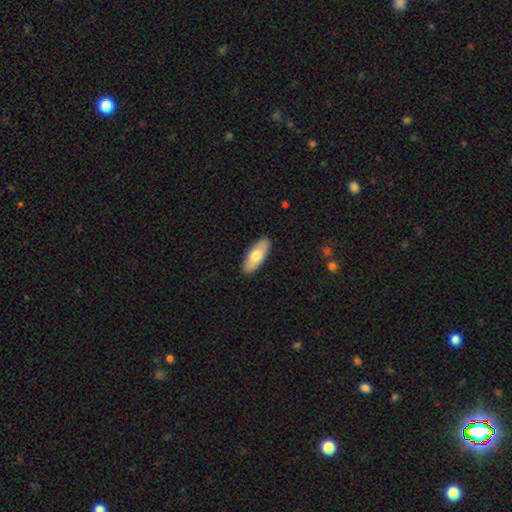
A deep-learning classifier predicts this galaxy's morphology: Q: Smooth or featured?
A: smooth (72%); runner-up: featured or disk (23%)
Q: How rounded?
A: in between (77%); runner-up: cigar-shaped (21%)
Q: Merging?
A: none (89%); runner-up: minor disturbance (8%)